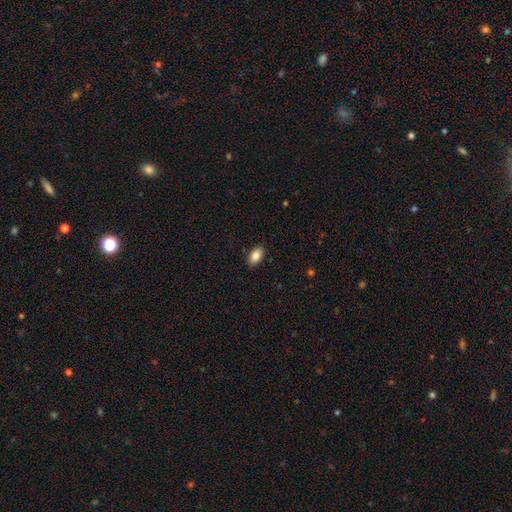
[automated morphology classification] Smooth or featured? smooth (86%)
How rounded? in between (92%)
Merging? none (89%)